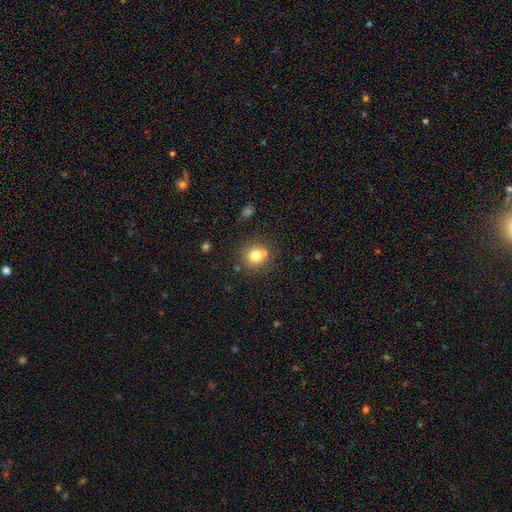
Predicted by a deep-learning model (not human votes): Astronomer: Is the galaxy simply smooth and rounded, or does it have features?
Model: smooth — 75%.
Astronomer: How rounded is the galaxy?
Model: round — 90%.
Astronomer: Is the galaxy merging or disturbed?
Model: none — 67%.